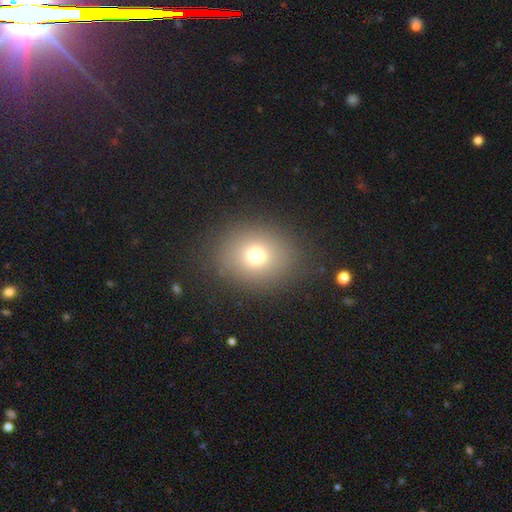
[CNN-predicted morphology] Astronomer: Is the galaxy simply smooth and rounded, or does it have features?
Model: smooth — 73%.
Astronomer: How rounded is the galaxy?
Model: round — 65%.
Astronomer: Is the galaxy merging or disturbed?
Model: none — 85%.